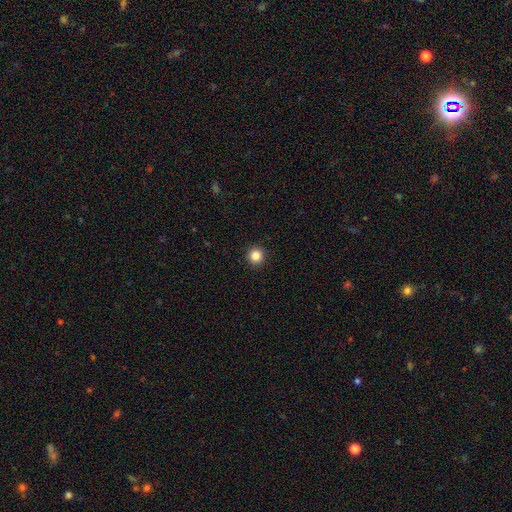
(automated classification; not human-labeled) The model was most divided on "smooth or featured": smooth: 85%, star or artifact: 11%, featured or disk: 4%. More confident: how rounded — round (95%); merging — none (93%).